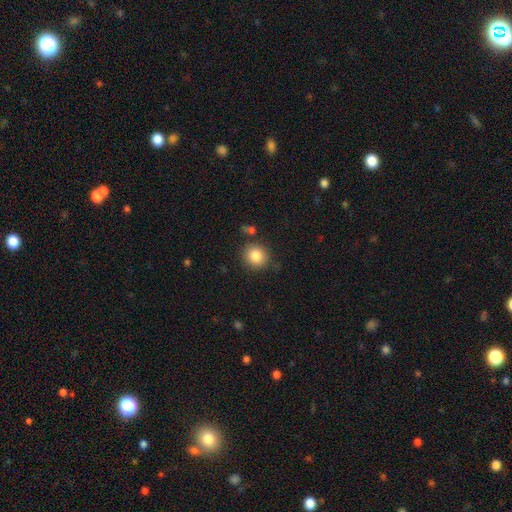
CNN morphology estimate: Smooth or featured? Predicted: smooth (p=0.85). How rounded? Predicted: round (p=0.87). Merging? Predicted: none (p=0.83).